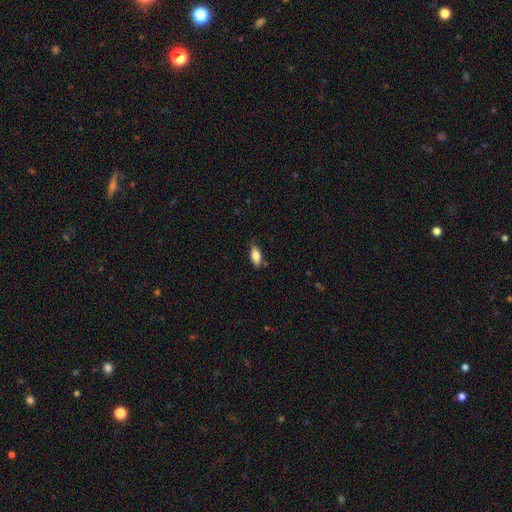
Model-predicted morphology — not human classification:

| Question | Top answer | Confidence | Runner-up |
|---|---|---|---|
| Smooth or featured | smooth | 81% | featured or disk (12%) |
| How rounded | in between | 85% | cigar-shaped (13%) |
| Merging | none | 78% | minor disturbance (16%) |